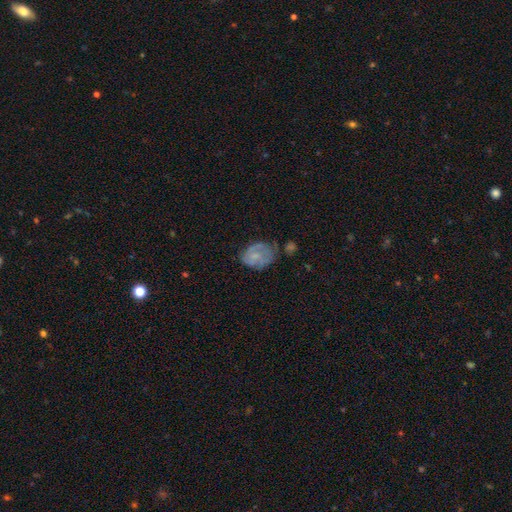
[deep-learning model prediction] smooth_or_featured: smooth (p=0.46) [alt: featured or disk p=0.45]
merging: none (p=0.44) [alt: minor disturbance p=0.31]